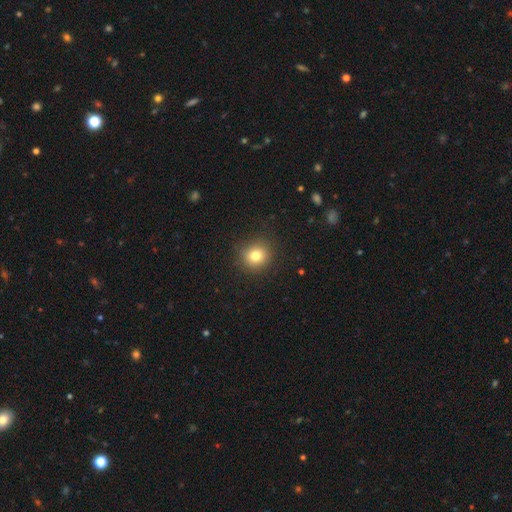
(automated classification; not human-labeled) Smooth or featured? smooth (80%)
How rounded? round (87%)
Merging? none (89%)